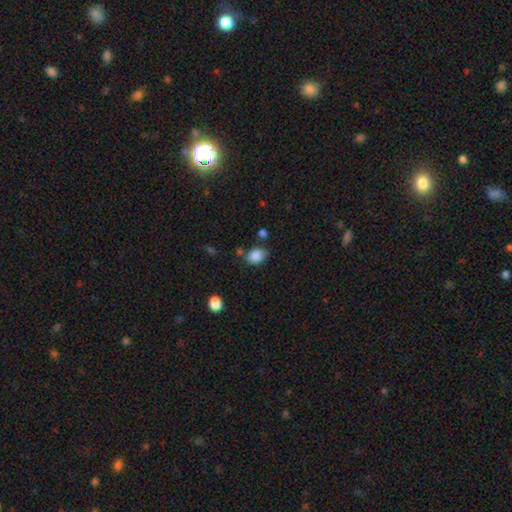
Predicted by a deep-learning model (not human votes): Smooth or featured: smooth — 87% (star or artifact — 9%)
How rounded: in between — 59% (round — 40%)
Merging: none — 73% (minor disturbance — 17%)